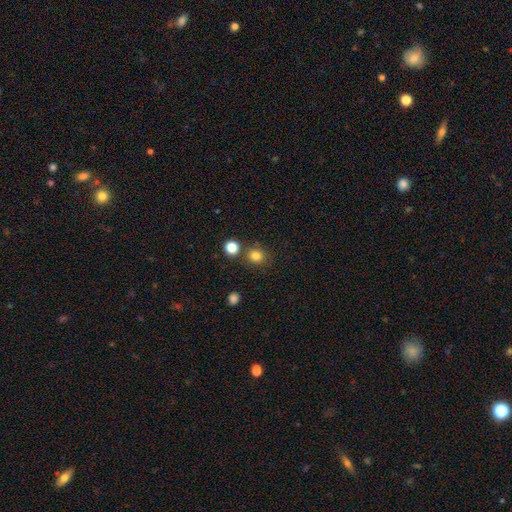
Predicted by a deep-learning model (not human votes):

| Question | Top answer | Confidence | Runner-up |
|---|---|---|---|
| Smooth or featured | smooth | 82% | star or artifact (13%) |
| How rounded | round | 81% | in between (18%) |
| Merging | none | 76% | merger (11%) |